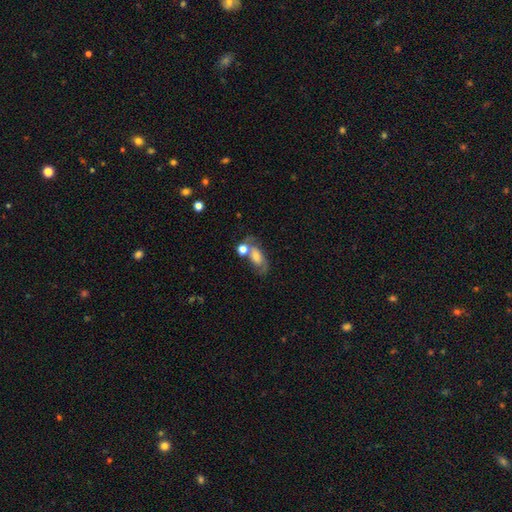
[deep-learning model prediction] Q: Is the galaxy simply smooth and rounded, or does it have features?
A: featured or disk — 44%.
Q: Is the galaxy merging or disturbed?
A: none — 42%.